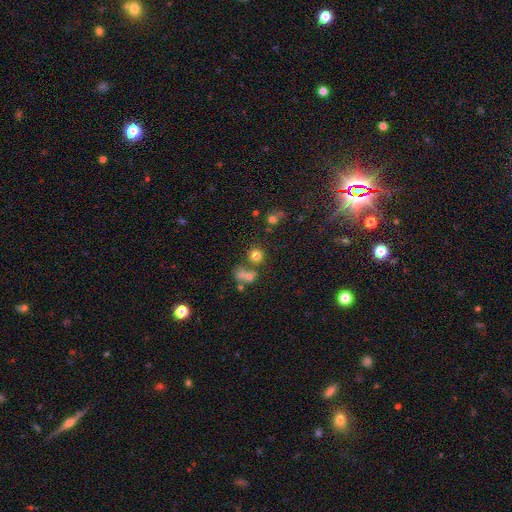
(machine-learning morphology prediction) This is likely a smooth galaxy (73%). How rounded: clearly round (89%). Merging: likely none (66%).